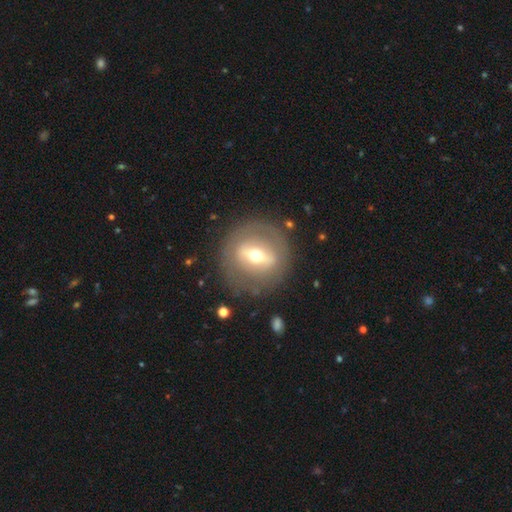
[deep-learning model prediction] Q: Smooth or featured?
A: featured or disk (64%); runner-up: smooth (28%)
Q: Edge-on disk?
A: no (82%); runner-up: yes (18%)
Q: Bar?
A: strong (57%); runner-up: weak (29%)
Q: Spiral arms?
A: no (81%); runner-up: yes (19%)
Q: Bulge size?
A: moderate (55%); runner-up: small (38%)
Q: Merging?
A: none (81%); runner-up: minor disturbance (11%)